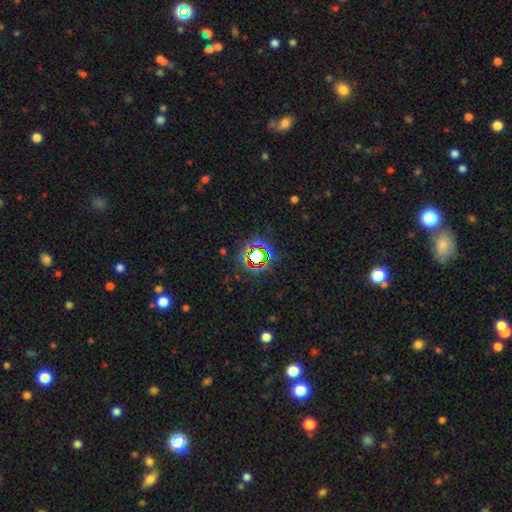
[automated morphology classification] This appears to be a star or artifact, not a galaxy (72%).